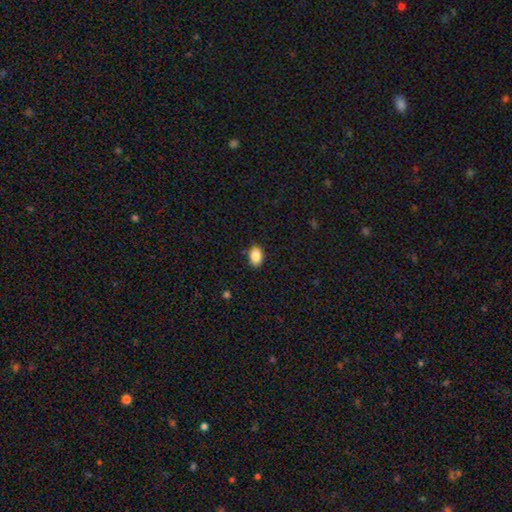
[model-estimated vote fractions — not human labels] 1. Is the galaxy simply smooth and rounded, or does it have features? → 88% smooth, 8% star or artifact, 3% featured or disk.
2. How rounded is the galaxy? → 81% in between, 18% round, 1% cigar-shaped.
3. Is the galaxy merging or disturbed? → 87% none, 10% minor disturbance, 2% major disturbance, 1% merger.